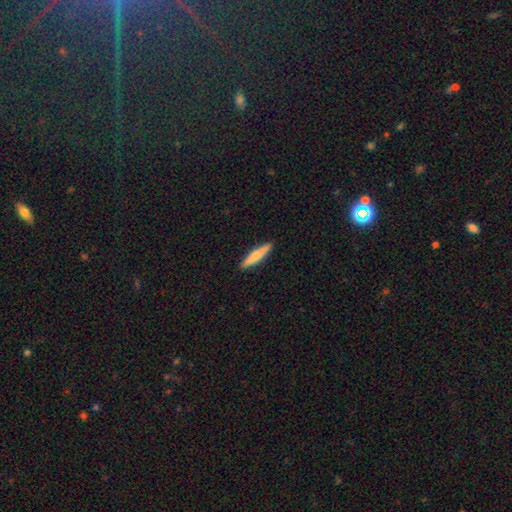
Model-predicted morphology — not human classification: A smooth galaxy with no disk features (70%) that is cigar-shaped (88%). Merging: none (91%).